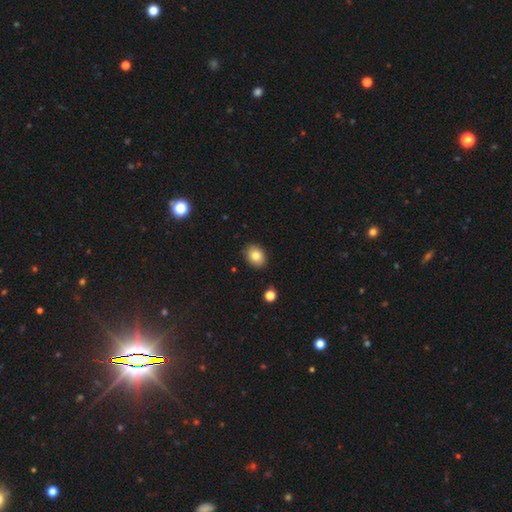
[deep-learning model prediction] Smooth or featured?
  - smooth: 82% *
  - star or artifact: 9%
  - featured or disk: 9%
How rounded?
  - in between: 71% *
  - round: 28%
  - cigar-shaped: 1%
Merging?
  - none: 86% *
  - minor disturbance: 10%
  - major disturbance: 2%
  - merger: 2%